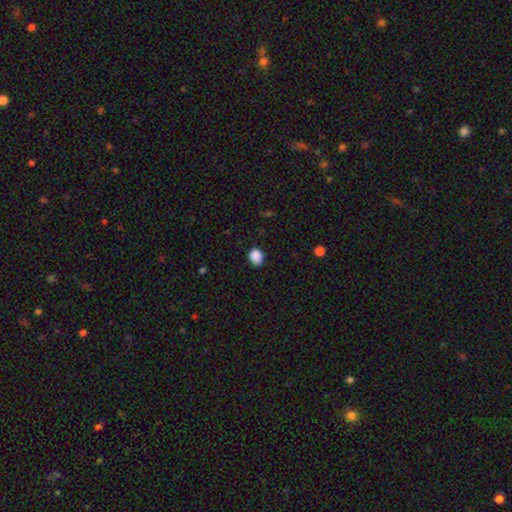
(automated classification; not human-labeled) Smooth or featured: smooth — 88% (star or artifact — 9%)
How rounded: in between — 53% (round — 46%)
Merging: none — 79% (minor disturbance — 17%)